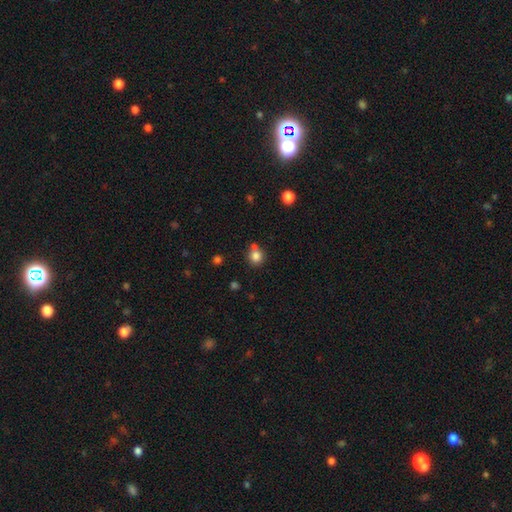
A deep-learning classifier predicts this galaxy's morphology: Smooth or featured? Predicted: smooth (p=0.82). How rounded? Predicted: round (p=0.88). Merging? Predicted: none (p=0.63).